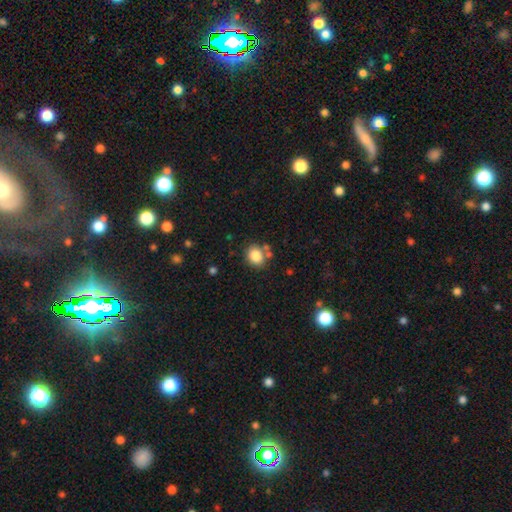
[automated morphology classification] Smooth or featured? smooth (84%)
How rounded? round (61%)
Merging? none (71%)